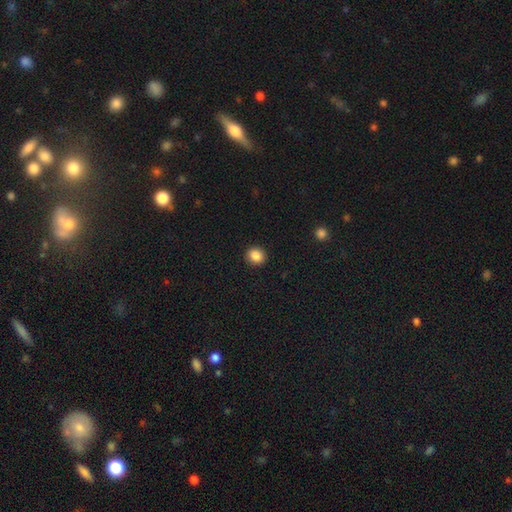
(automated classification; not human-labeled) smooth-or-featured: smooth: 87% | star or artifact: 10% | featured or disk: 4%
  how-rounded: round: 81% | in between: 18% | cigar-shaped: 1%
  merging: none: 92% | minor disturbance: 6% | major disturbance: 2% | merger: 1%